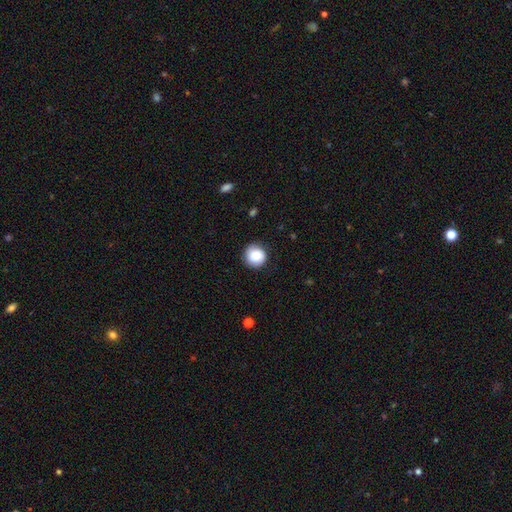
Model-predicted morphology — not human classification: Smooth or featured: smooth — 86% (star or artifact — 8%)
How rounded: round — 92% (in between — 7%)
Merging: none — 82% (minor disturbance — 13%)